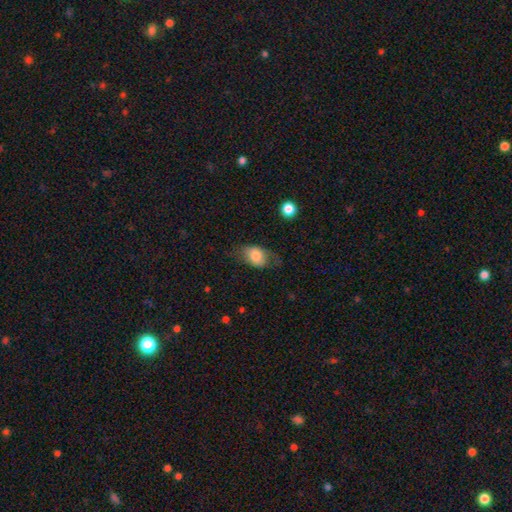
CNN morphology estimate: Overall: smooth (74%). How rounded: in between (84%). Merging: none (55%; minor disturbance 28%).